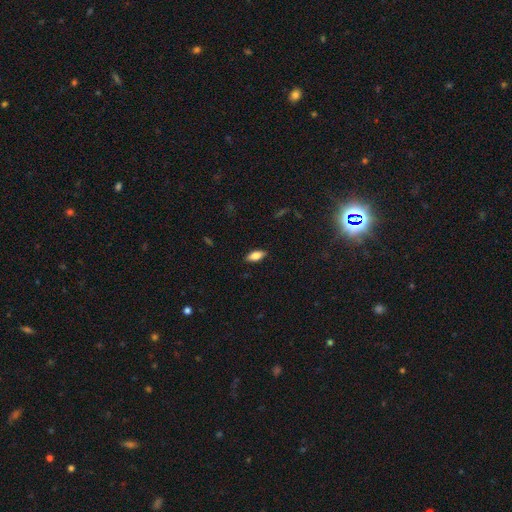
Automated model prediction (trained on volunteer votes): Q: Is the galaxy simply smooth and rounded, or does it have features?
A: smooth — 75%.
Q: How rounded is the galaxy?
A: in between — 82%.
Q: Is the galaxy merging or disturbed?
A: none — 88%.